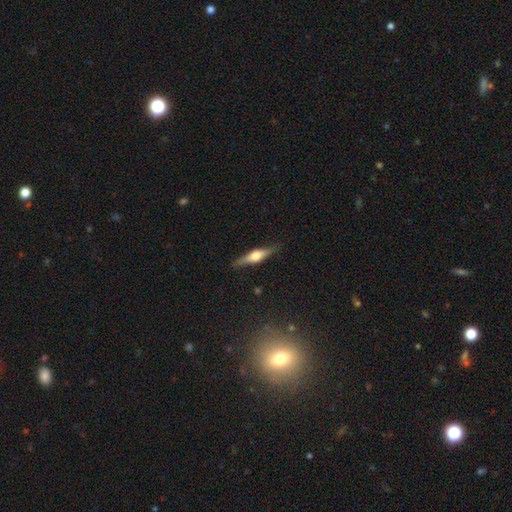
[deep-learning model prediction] This appears to be a featured or disk galaxy (63%) viewed edge-on (95%) with a rounded central bulge (86%). Merging: none (84%).